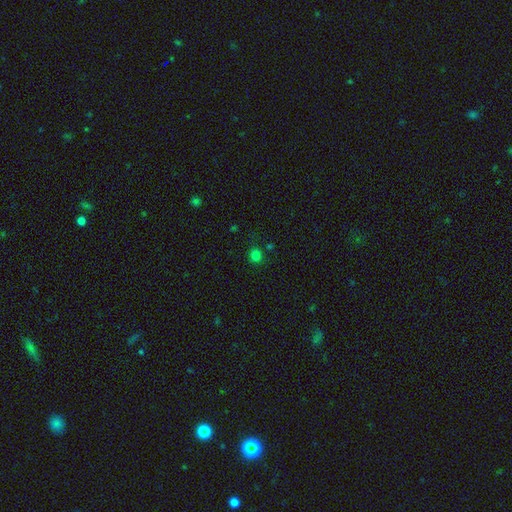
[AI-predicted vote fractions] This appears to be a smooth galaxy with no disk features (77%) that is round (84%). Merging: none (81%).